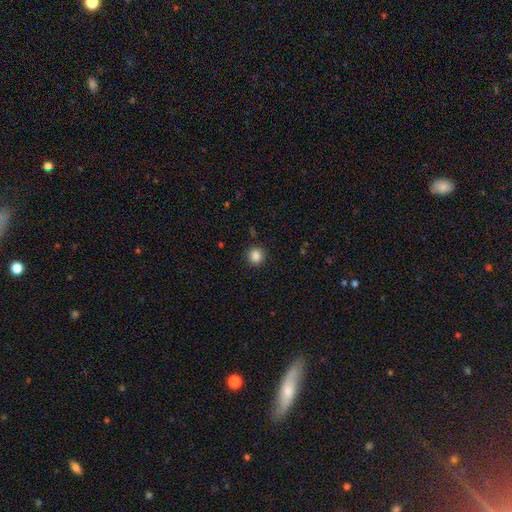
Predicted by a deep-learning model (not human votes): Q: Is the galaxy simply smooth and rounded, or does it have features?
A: smooth — 86%.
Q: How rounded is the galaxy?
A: round — 93%.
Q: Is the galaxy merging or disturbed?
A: none — 91%.